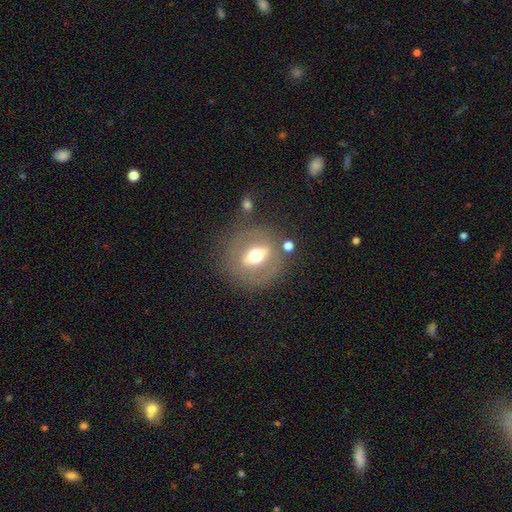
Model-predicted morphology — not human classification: A featured or disk galaxy (60%).

Vote fractions:
- Smooth or featured? featured or disk: 60% / smooth: 32% / star or artifact: 8%
- Edge-on disk? no: 66% / yes: 34%
- Merging? none: 75% / minor disturbance: 12% / major disturbance: 7% / merger: 6%